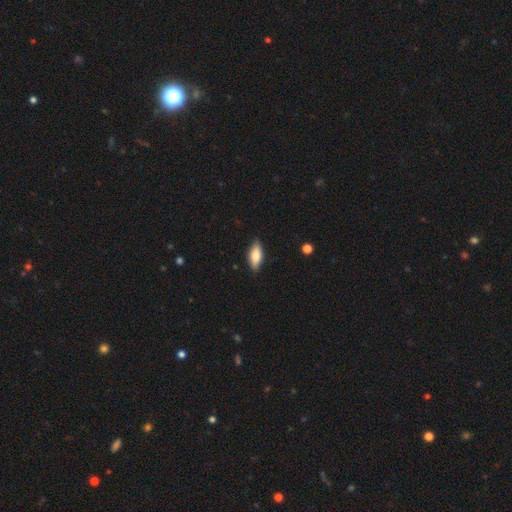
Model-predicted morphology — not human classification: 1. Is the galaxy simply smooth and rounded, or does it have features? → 72% smooth, 22% featured or disk, 6% star or artifact.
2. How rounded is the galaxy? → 77% in between, 20% cigar-shaped, 3% round.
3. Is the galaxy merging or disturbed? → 86% none, 11% minor disturbance, 2% major disturbance, 1% merger.